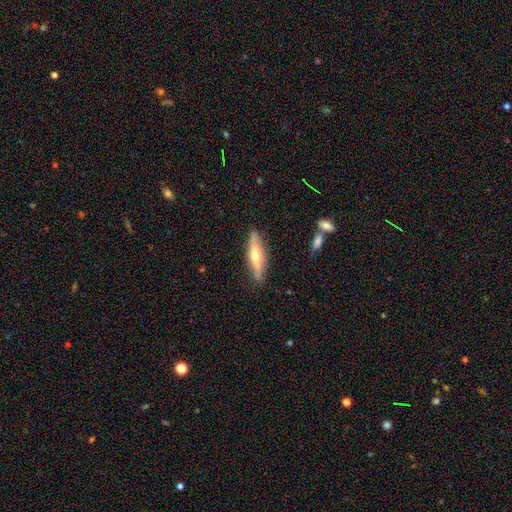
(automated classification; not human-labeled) smooth_or_featured: featured or disk (p=0.53) [alt: smooth p=0.41]
disk_edge_on: yes (p=0.89) [alt: no p=0.11]
merging: none (p=0.83) [alt: minor disturbance p=0.13]